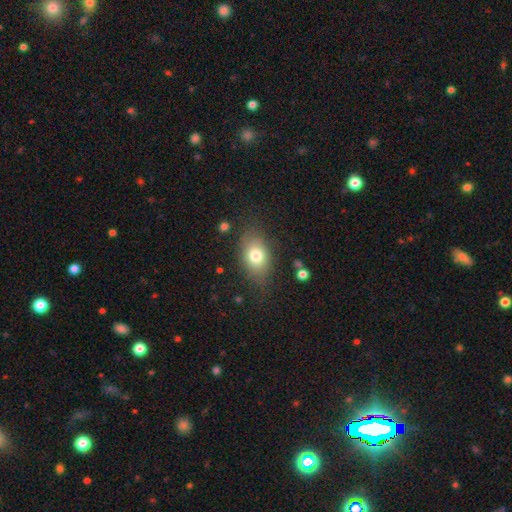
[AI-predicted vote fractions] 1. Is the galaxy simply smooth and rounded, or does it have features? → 77% smooth, 14% featured or disk, 9% star or artifact.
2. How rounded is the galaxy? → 80% in between, 18% round, 2% cigar-shaped.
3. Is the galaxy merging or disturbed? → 75% none, 17% minor disturbance, 6% major disturbance, 2% merger.